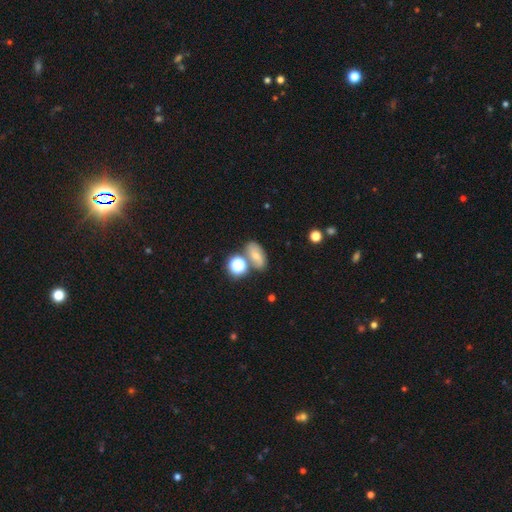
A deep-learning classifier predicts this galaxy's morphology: smooth-or-featured: smooth: 57% | featured or disk: 27% | star or artifact: 17%
  how-rounded: in between: 72% | round: 24% | cigar-shaped: 4%
  merging: none: 60% | merger: 18% | minor disturbance: 16% | major disturbance: 6%